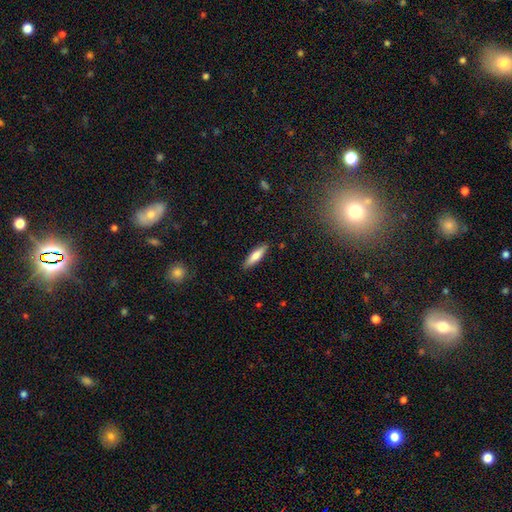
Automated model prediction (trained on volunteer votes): Smooth or featured? Predicted: smooth (p=0.69). How rounded? Predicted: cigar-shaped (p=0.69). Merging? Predicted: none (p=0.89).